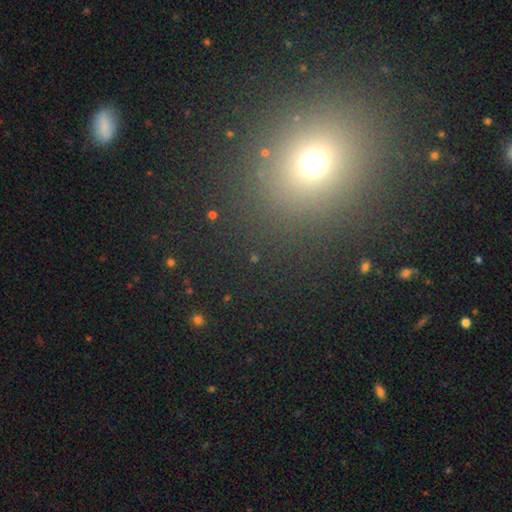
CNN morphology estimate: smooth_or_featured: smooth (p=0.58) [alt: star or artifact p=0.34]
how_rounded: round (p=0.75) [alt: in between p=0.24]
merging: none (p=0.87) [alt: minor disturbance p=0.06]